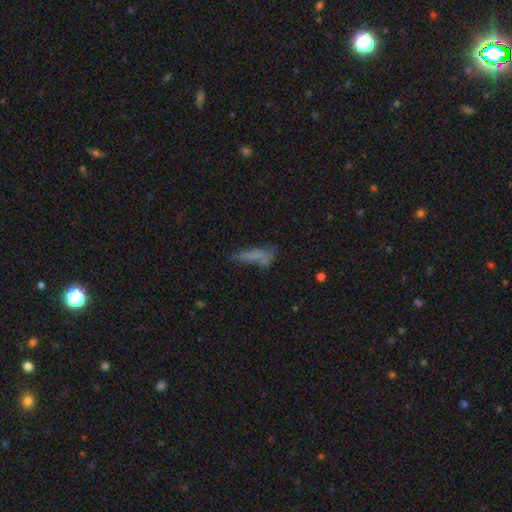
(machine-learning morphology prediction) smooth-or-featured: smooth: 63% | featured or disk: 23% | star or artifact: 14%
  how-rounded: cigar-shaped: 69% | in between: 28% | round: 3%
  merging: none: 42% | minor disturbance: 24% | major disturbance: 21% | merger: 12%